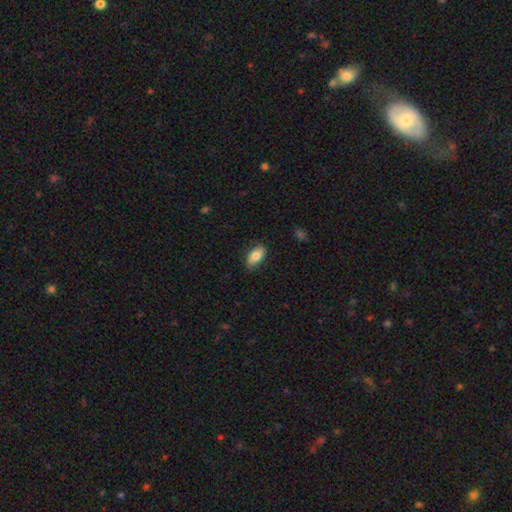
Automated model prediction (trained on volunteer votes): A smooth galaxy with no disk features (79%) that is in between round and cigar-shaped (91%). Merging: none (79%).